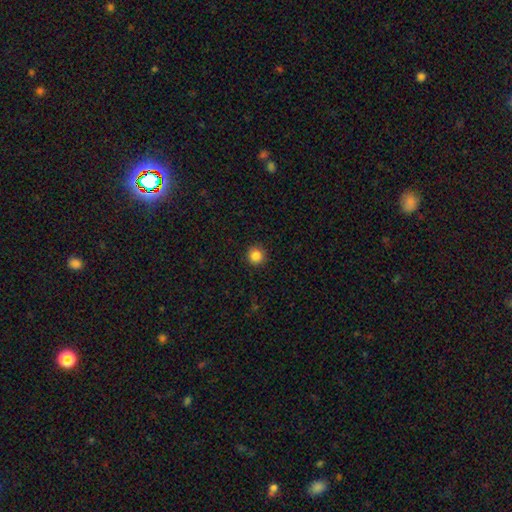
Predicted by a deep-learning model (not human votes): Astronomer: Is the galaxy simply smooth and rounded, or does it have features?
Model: smooth — 86%.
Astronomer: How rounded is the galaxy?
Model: round — 95%.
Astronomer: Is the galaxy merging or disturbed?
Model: none — 92%.